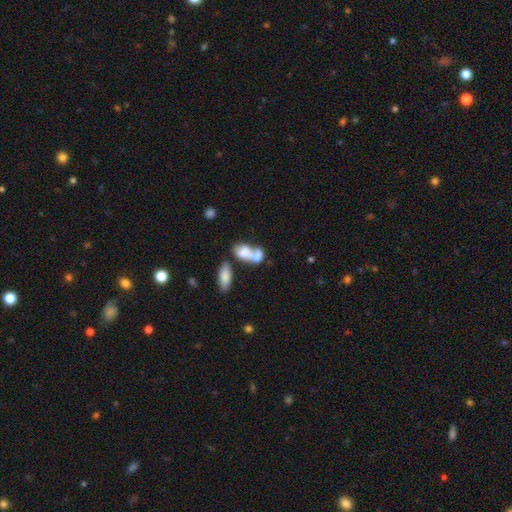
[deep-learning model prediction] A smooth galaxy with no disk features (62%) that is in between round and cigar-shaped (83%). Merging: merger (64%).